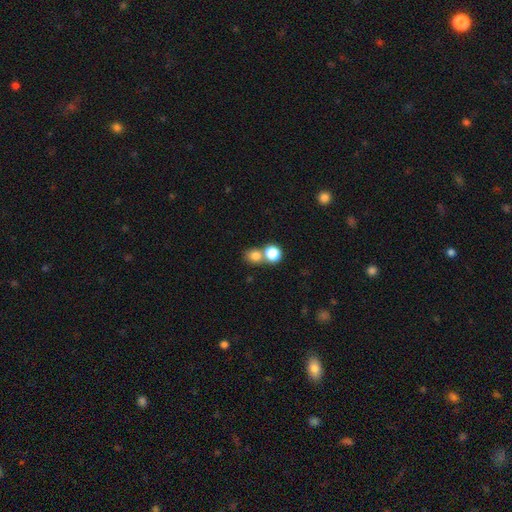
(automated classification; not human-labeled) Smooth or featured: smooth — 79% (star or artifact — 13%)
How rounded: round — 77% (in between — 22%)
Merging: none — 46% (merger — 44%)